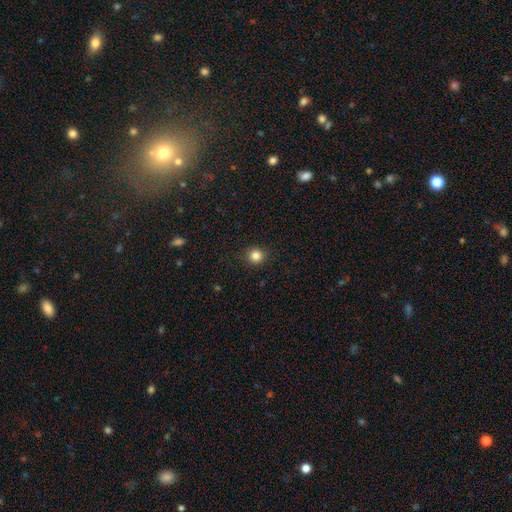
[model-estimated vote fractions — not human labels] Smooth or featured? smooth (84%)
How rounded? round (92%)
Merging? none (91%)